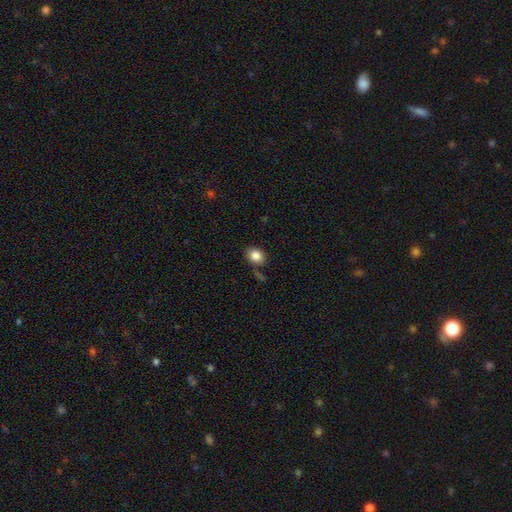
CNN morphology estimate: This is clearly a smooth galaxy (84%). How rounded: possibly in between (53%). Merging: likely none (74%).